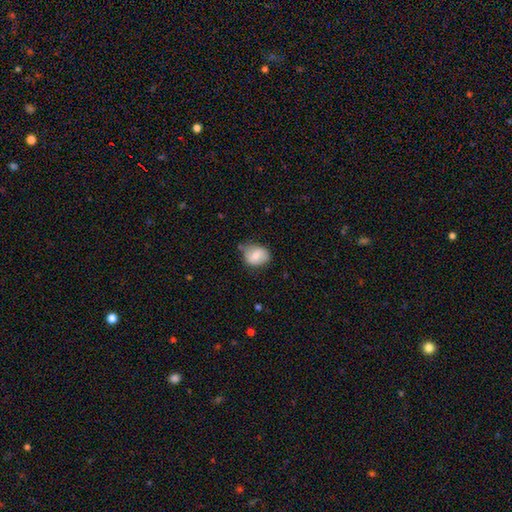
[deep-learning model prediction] The model was most divided on "how rounded": in between: 56%, round: 43%, cigar-shaped: 1%. More confident: smooth or featured — smooth (72%); merging — none (59%).